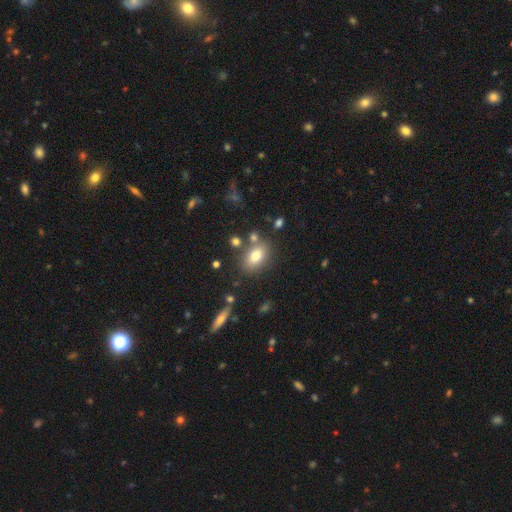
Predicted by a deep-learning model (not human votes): Smooth or featured: smooth — 77% (featured or disk — 13%)
How rounded: in between — 82% (round — 15%)
Merging: none — 74% (minor disturbance — 13%)